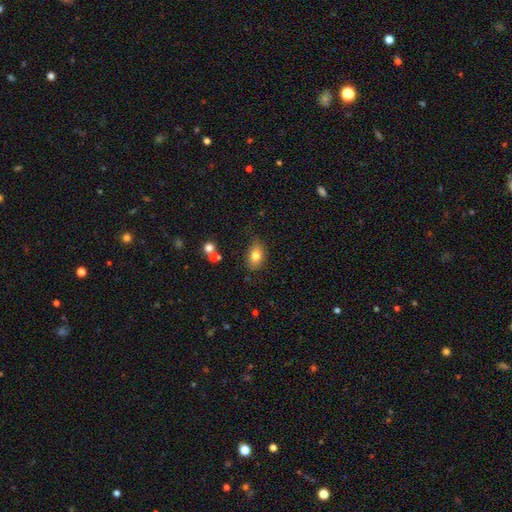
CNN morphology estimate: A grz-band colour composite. It shows a smooth galaxy with no disk features (78%) that is in between round and cigar-shaped (81%). Merging: none (69%).